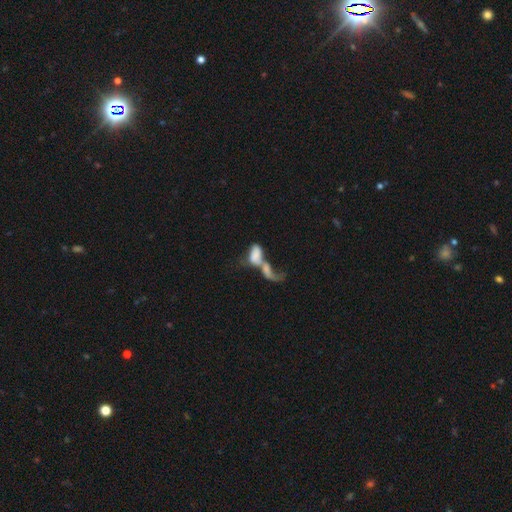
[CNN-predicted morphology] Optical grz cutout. It shows a smooth galaxy with no disk features (59%) that is in between round and cigar-shaped (84%). Merging: merger (75%).